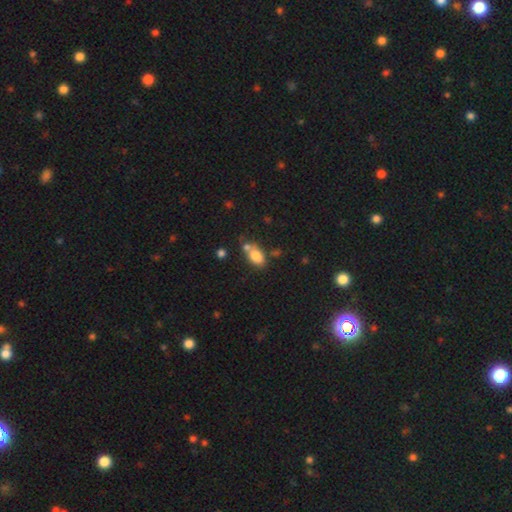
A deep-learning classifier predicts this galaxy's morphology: Q: Smooth or featured?
A: smooth (79%); runner-up: featured or disk (11%)
Q: How rounded?
A: in between (82%); runner-up: round (15%)
Q: Merging?
A: none (49%); runner-up: merger (28%)